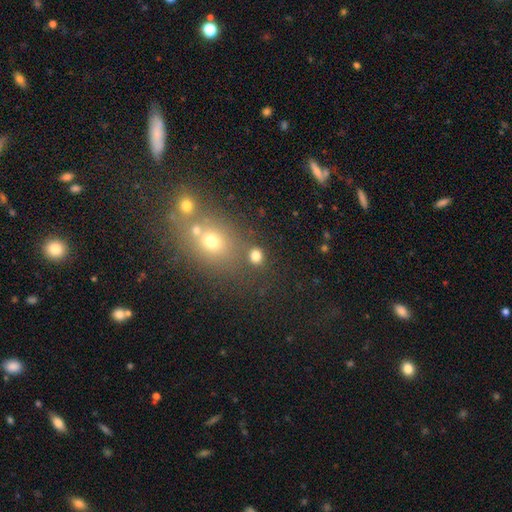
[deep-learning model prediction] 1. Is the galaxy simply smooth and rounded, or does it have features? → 77% smooth, 17% star or artifact, 7% featured or disk.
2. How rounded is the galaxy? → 76% round, 23% in between, 1% cigar-shaped.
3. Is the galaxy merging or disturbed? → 72% none, 15% merger, 9% minor disturbance, 5% major disturbance.